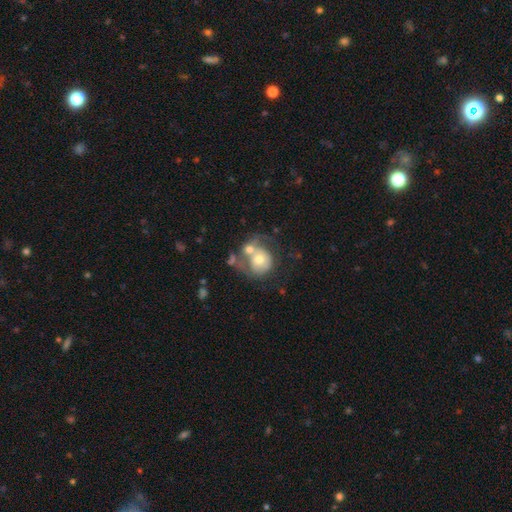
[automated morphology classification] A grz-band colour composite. It shows a featured or disk galaxy (54%) with no bar (85%), spiral arms (51%) and a moderate central bulge (67%). Merging: merger (38%).